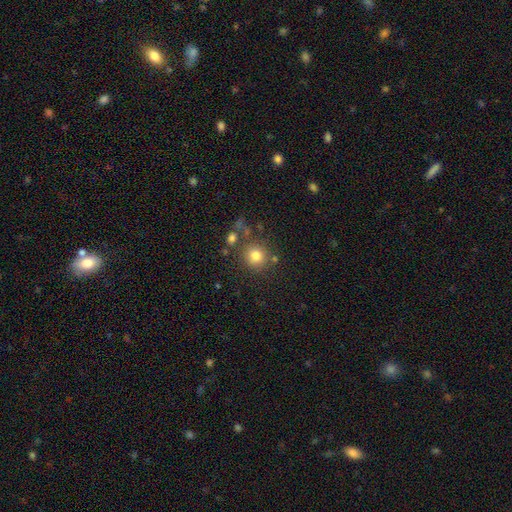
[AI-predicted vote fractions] Smooth or featured: smooth — 79% (star or artifact — 13%)
How rounded: round — 92% (in between — 7%)
Merging: none — 77% (minor disturbance — 10%)